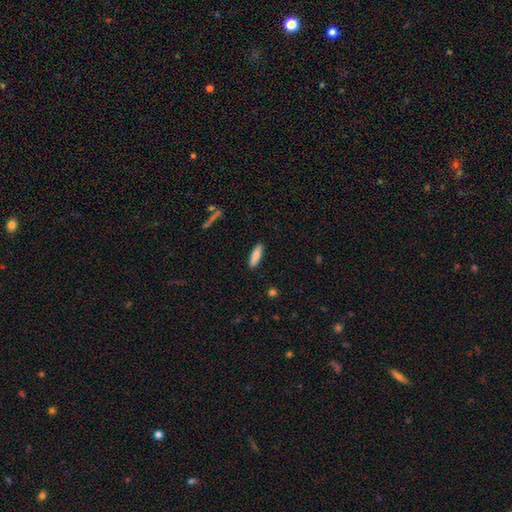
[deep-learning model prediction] Smooth or featured? smooth (83%)
How rounded? cigar-shaped (61%)
Merging? none (90%)